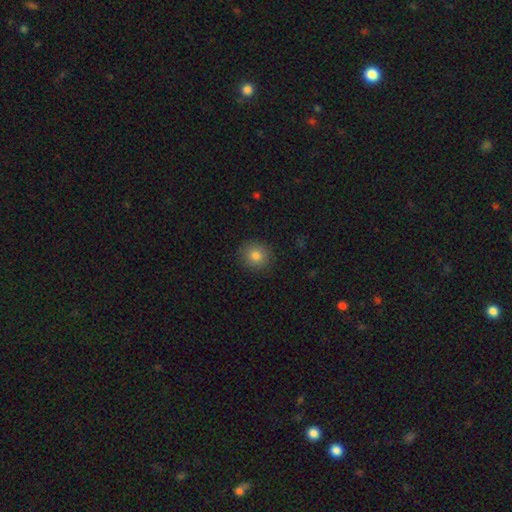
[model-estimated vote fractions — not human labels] A smooth galaxy with no disk features (82%) that is round (88%).

Vote fractions:
- Smooth or featured? smooth: 82% / star or artifact: 11% / featured or disk: 8%
- How rounded? round: 88% / in between: 11% / cigar-shaped: 1%
- Merging? none: 89% / minor disturbance: 8% / major disturbance: 2% / merger: 1%